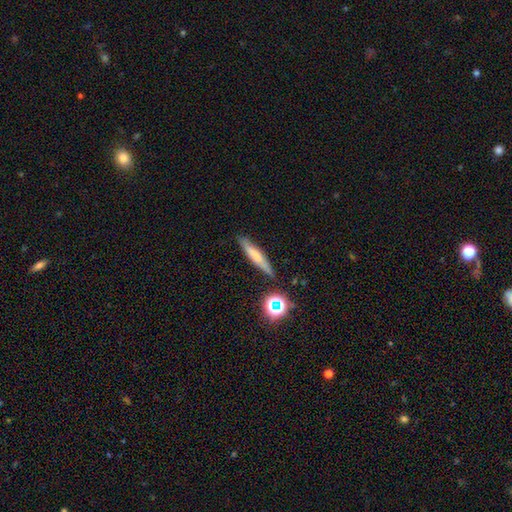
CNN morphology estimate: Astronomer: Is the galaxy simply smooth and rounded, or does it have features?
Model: smooth — 59%.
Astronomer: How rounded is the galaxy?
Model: cigar-shaped — 87%.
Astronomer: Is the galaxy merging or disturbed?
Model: none — 81%.